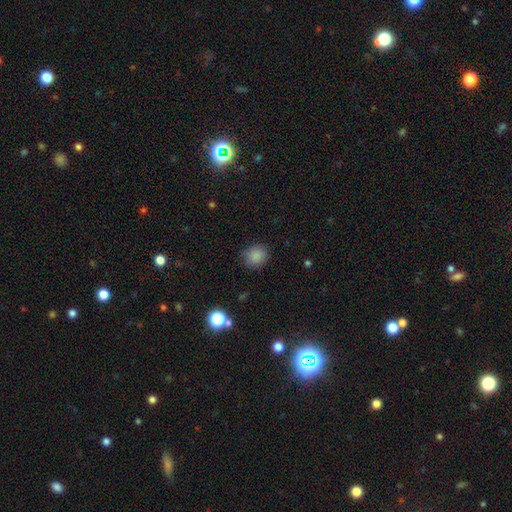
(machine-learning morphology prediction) A smooth galaxy with no disk features (86%) that is round (76%).

Vote fractions:
- Smooth or featured? smooth: 86% / star or artifact: 10% / featured or disk: 4%
- How rounded? round: 76% / in between: 23% / cigar-shaped: 1%
- Merging? none: 82% / minor disturbance: 13% / major disturbance: 3% / merger: 1%